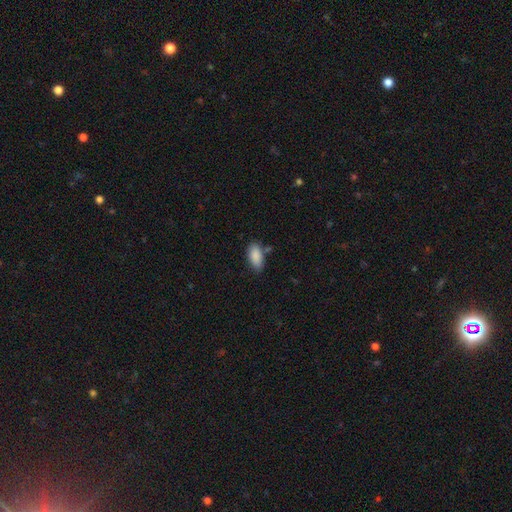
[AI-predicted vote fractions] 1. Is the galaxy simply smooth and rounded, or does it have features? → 89% smooth, 7% star or artifact, 5% featured or disk.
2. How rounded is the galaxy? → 91% in between, 6% cigar-shaped, 2% round.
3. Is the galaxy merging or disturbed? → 72% none, 18% minor disturbance, 6% merger, 4% major disturbance.